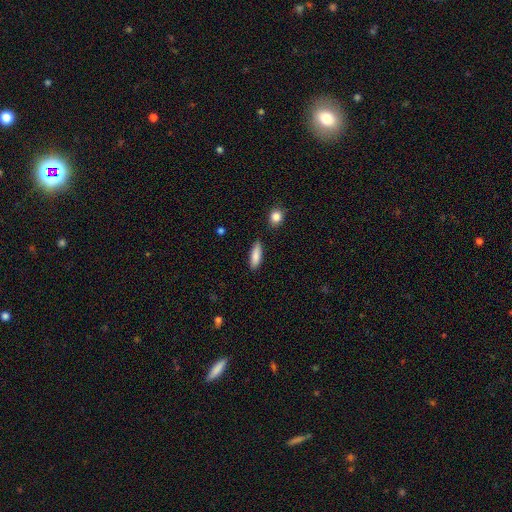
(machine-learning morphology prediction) smooth 86%, featured or disk 7%, star or artifact 6%. Down the decision tree: how rounded — in between (58%); merging — none (83%).